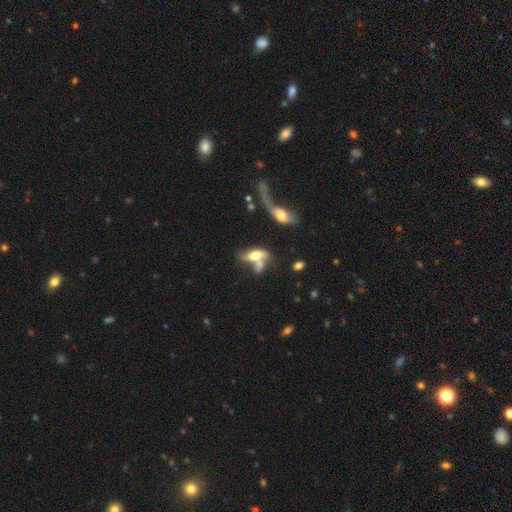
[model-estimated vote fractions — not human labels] Q: Smooth or featured?
A: smooth (52%); runner-up: featured or disk (39%)
Q: How rounded?
A: in between (78%); runner-up: cigar-shaped (15%)
Q: Merging?
A: merger (57%); runner-up: none (20%)